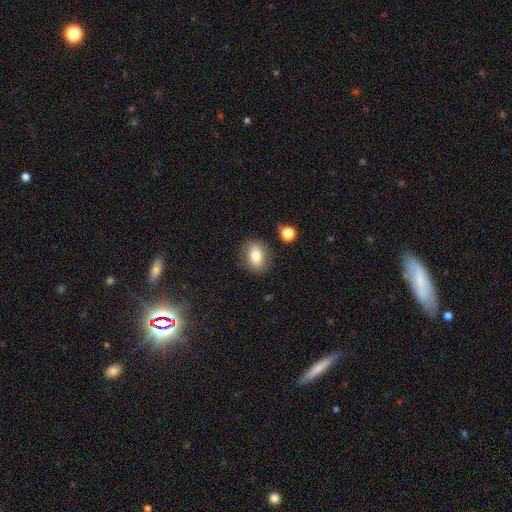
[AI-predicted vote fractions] This is likely a smooth galaxy (76%). How rounded: likely in between (63%). Merging: clearly none (83%).